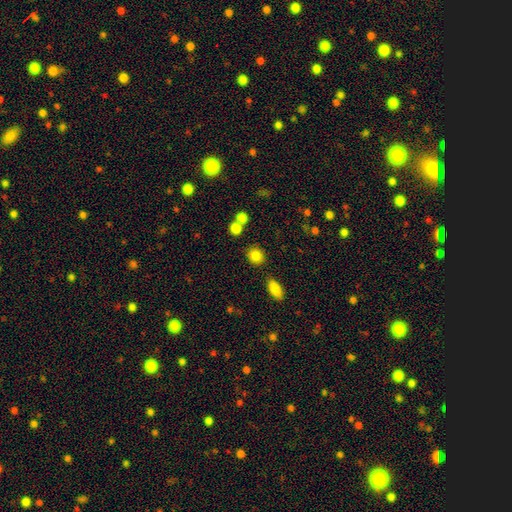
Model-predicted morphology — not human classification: This appears to be a smooth galaxy with no disk features (84%) that is round (76%). Merging: none (80%).